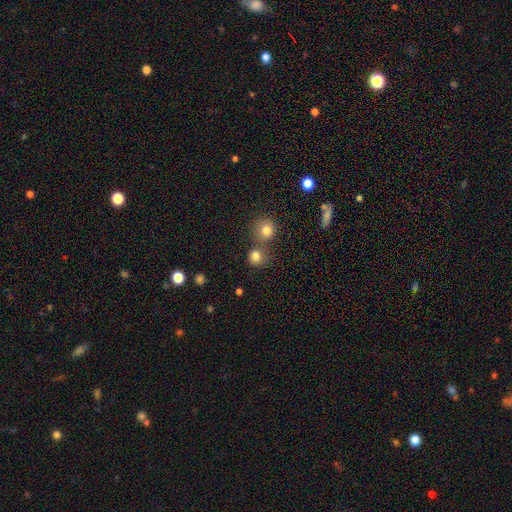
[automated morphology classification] type=smooth (80%); roundness=round (87%); merging=none (59%).